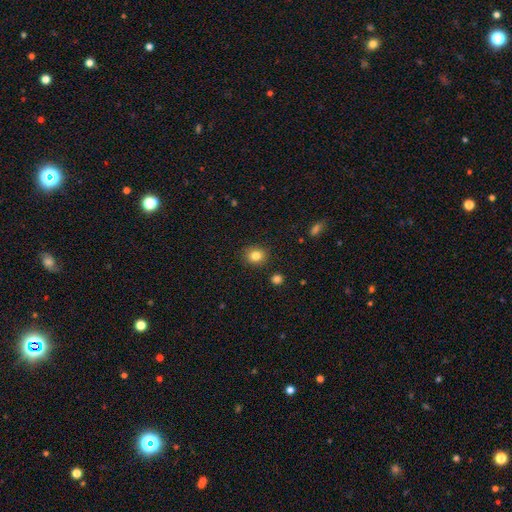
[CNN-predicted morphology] A smooth galaxy with no disk features (83%) that is round (75%).

Vote fractions:
- Smooth or featured? smooth: 83% / star or artifact: 11% / featured or disk: 6%
- How rounded? round: 75% / in between: 24% / cigar-shaped: 1%
- Merging? none: 89% / minor disturbance: 7% / major disturbance: 2% / merger: 2%